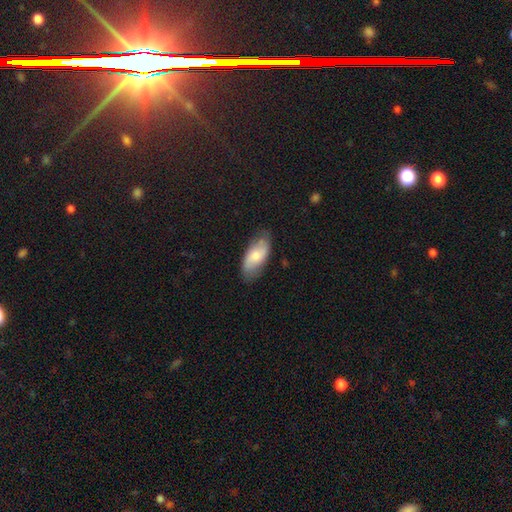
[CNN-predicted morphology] A smooth galaxy with no disk features (63%) that is in between round and cigar-shaped (89%). Merging: none (75%).